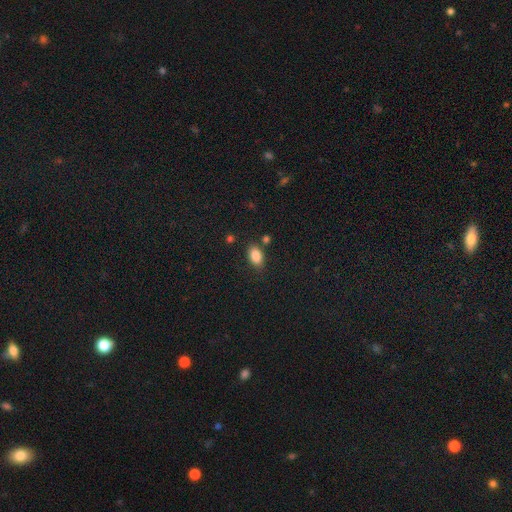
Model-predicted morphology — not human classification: Smooth or featured? smooth (86%)
How rounded? in between (88%)
Merging? none (78%)